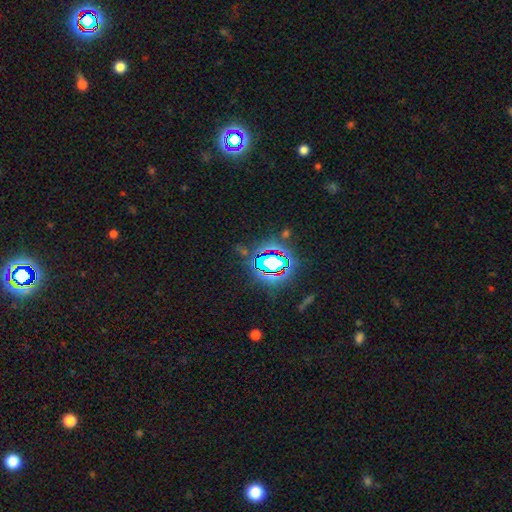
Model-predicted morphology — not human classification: Smooth or featured? Predicted: star or artifact (p=0.79).